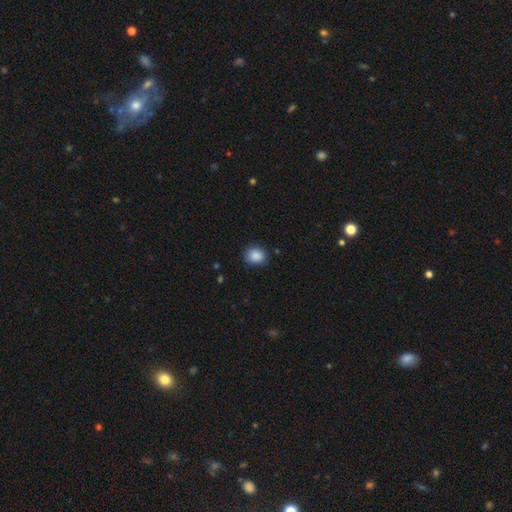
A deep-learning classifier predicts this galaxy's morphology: This is clearly a smooth galaxy (88%). How rounded: likely round (62%). Merging: clearly none (81%).